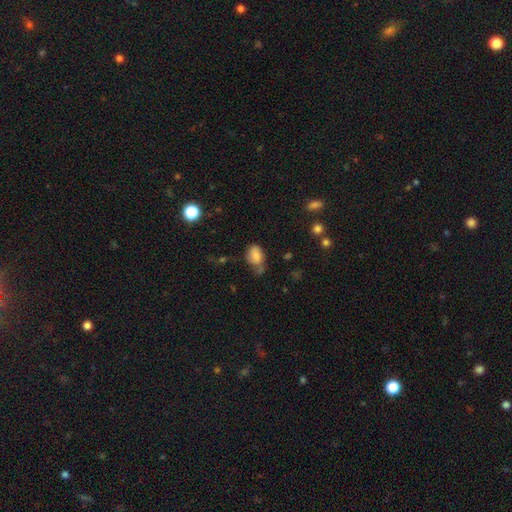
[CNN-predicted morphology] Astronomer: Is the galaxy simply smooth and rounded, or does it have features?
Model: smooth — 71%.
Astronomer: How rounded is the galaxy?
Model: in between — 78%.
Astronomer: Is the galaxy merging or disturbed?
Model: none — 39% (runner-up: minor disturbance, 35%).